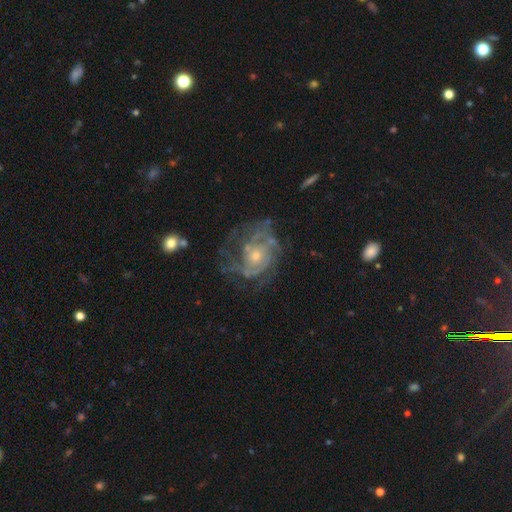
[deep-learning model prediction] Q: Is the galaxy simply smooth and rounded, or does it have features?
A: featured or disk — 82%.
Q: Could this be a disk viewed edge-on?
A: no — 97%.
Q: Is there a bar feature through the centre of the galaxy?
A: no — 77%.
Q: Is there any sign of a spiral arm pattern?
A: yes — 85%.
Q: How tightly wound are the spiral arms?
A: tight — 50%.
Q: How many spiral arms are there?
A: can't tell — 42%.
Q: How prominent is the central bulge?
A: moderate — 47%.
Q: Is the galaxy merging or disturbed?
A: none — 57%.